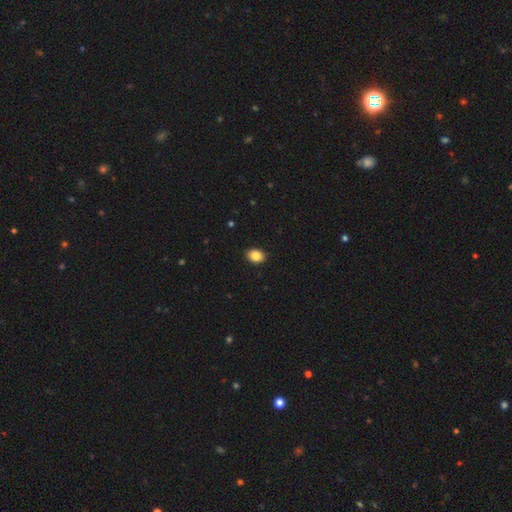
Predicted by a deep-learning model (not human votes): smooth 85%, star or artifact 9%, featured or disk 6%. Down the decision tree: how rounded — in between (67%); merging — none (91%).